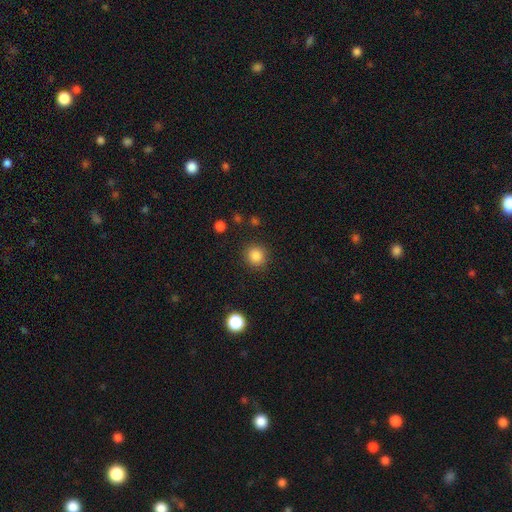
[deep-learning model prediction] Overall: smooth (85%). How rounded: round (91%). Merging: none (90%).